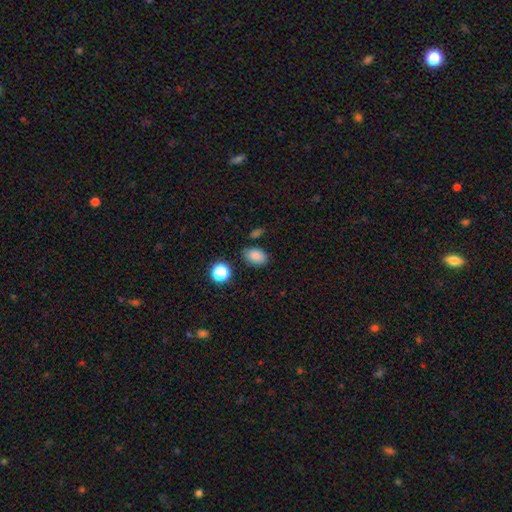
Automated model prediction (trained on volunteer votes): Morphology: type=smooth (83%); roundness=in between (82%); merging=none (79%).